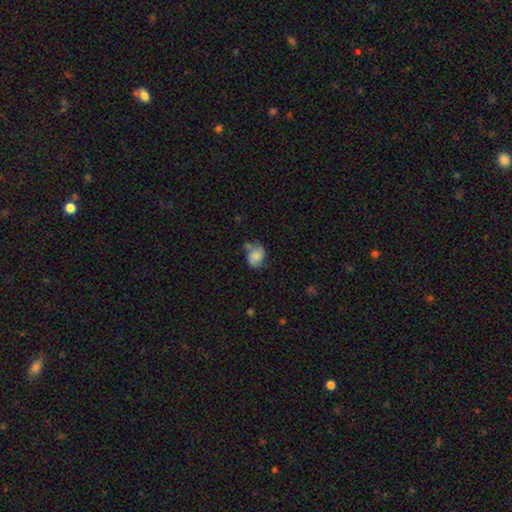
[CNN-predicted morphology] type=smooth (58%); roundness=in between (55%); merging=none (51%).